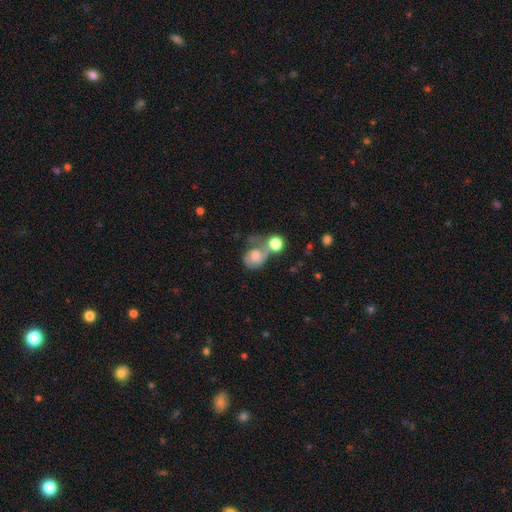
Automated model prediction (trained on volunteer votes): A featured or disk galaxy (52%) with no bar (69%), spiral arms (78%) and a moderate central bulge (45%). Merging: merger (37%).